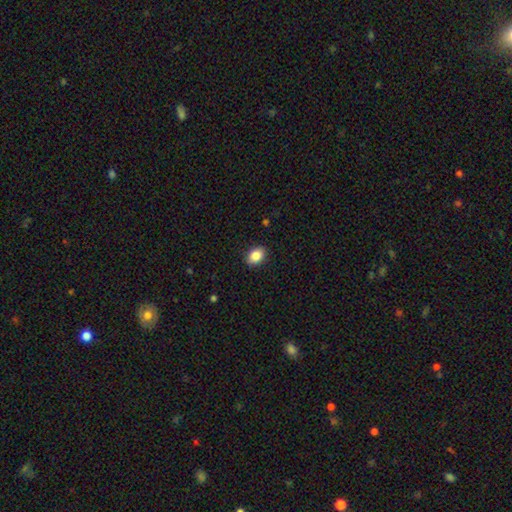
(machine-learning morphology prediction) Smooth or featured? Predicted: smooth (p=0.87). How rounded? Predicted: in between (p=0.79). Merging? Predicted: none (p=0.89).